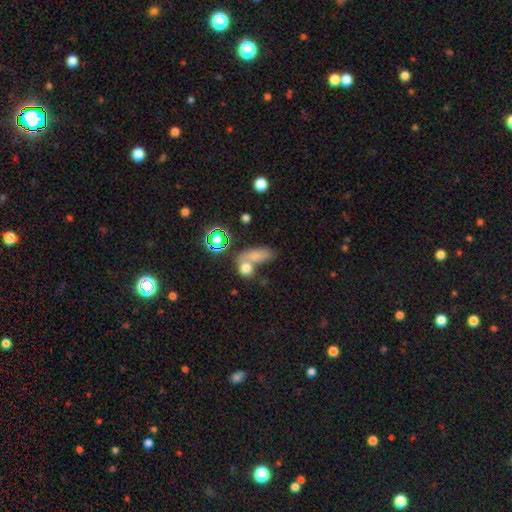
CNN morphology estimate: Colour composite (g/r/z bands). It shows a smooth galaxy with no disk features (71%) that is in between round and cigar-shaped (70%). Merging: merger (45%).